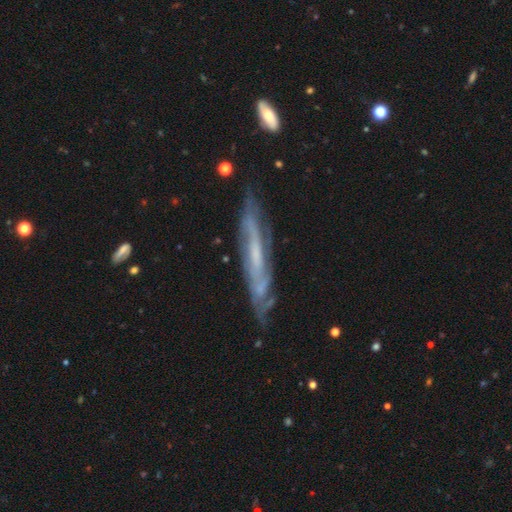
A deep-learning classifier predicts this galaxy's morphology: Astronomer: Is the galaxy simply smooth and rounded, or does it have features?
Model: featured or disk — 74%.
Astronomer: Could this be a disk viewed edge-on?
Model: yes — 58% (runner-up: no, 42%).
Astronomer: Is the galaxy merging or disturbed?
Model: none — 74%.